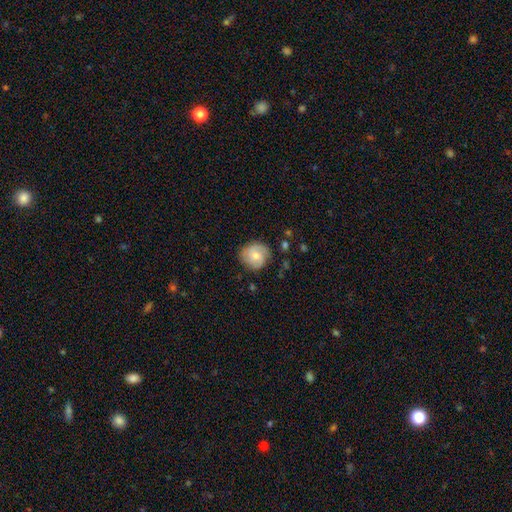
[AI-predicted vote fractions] Smooth or featured? Predicted: smooth (p=0.52). How rounded? Predicted: round (p=0.83). Merging? Predicted: none (p=0.73).